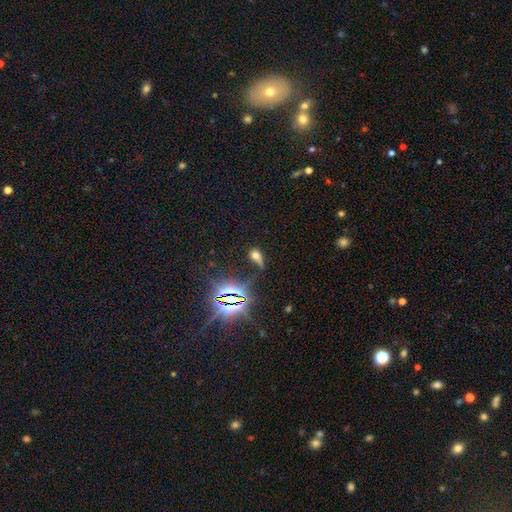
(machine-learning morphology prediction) A smooth galaxy with no disk features (47%). Merging: none (37%).